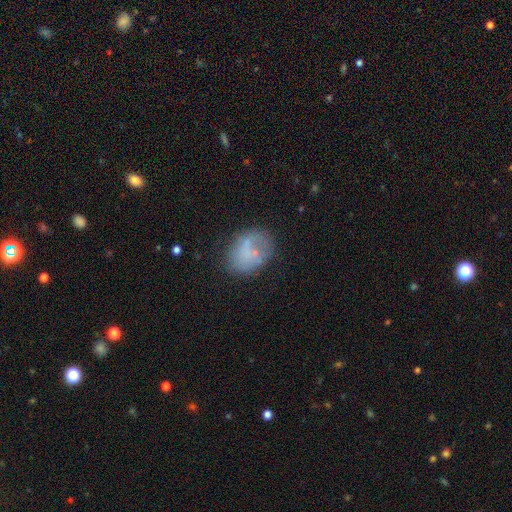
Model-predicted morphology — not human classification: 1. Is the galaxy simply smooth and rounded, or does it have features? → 60% smooth, 29% featured or disk, 11% star or artifact.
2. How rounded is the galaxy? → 67% in between, 32% round, 1% cigar-shaped.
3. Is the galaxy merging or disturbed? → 57% none, 24% minor disturbance, 12% major disturbance, 7% merger.